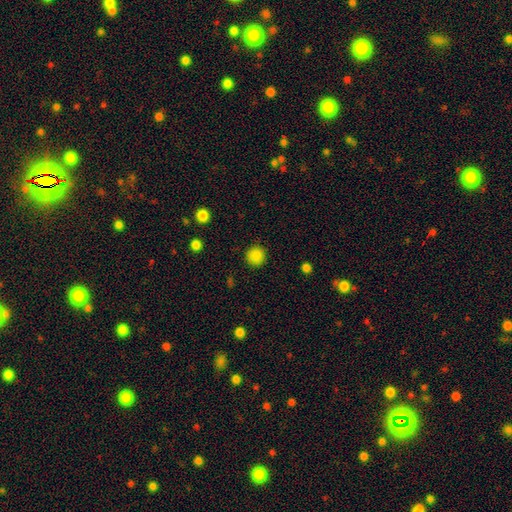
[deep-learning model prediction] A smooth galaxy with no disk features (86%) that is round (93%). Merging: none (90%).